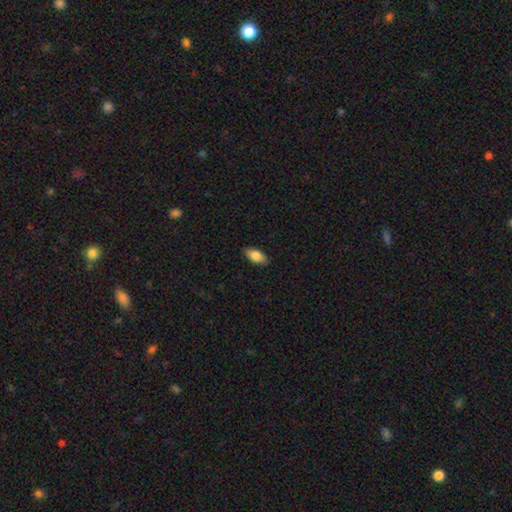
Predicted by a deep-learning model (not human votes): smooth 79%, featured or disk 14%, star or artifact 7%. Down the decision tree: how rounded — in between (88%); merging — none (88%).